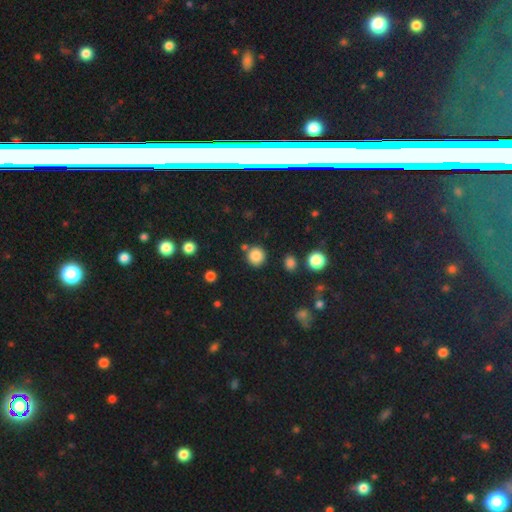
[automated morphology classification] Smooth or featured?
  - smooth: 84% *
  - star or artifact: 11%
  - featured or disk: 4%
How rounded?
  - round: 92% *
  - in between: 7%
  - cigar-shaped: 1%
Merging?
  - none: 82% *
  - minor disturbance: 8%
  - merger: 7%
  - major disturbance: 3%